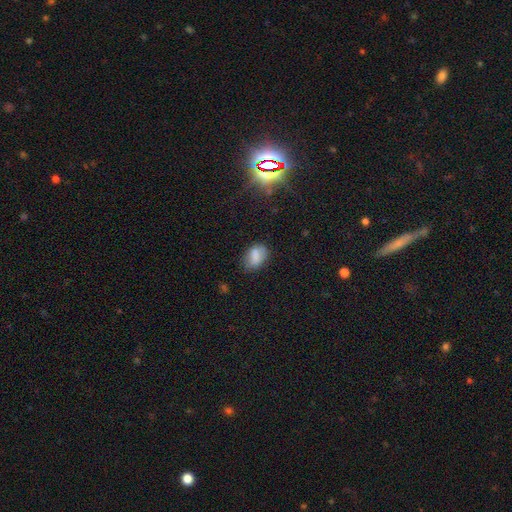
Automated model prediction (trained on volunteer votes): This appears to be a smooth galaxy with no disk features (76%) that is in between round and cigar-shaped (82%). Merging: none (68%).